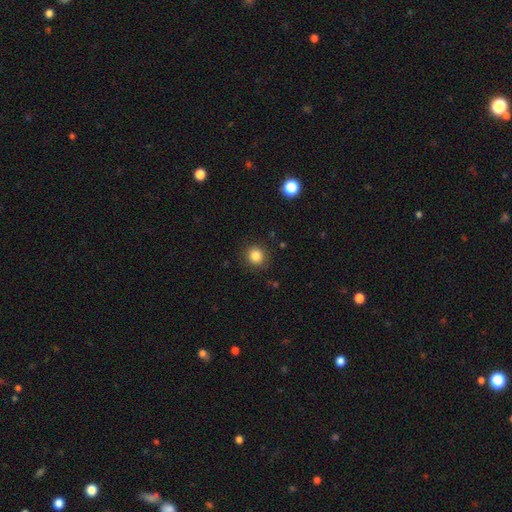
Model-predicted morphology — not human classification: Smooth or featured? smooth (84%)
How rounded? round (90%)
Merging? none (88%)